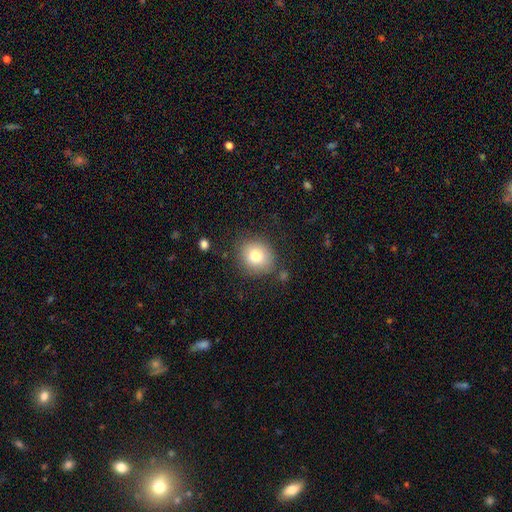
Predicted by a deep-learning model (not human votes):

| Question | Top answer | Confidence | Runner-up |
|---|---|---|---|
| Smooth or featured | smooth | 78% | featured or disk (12%) |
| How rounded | round | 75% | in between (24%) |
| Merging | none | 80% | minor disturbance (12%) |